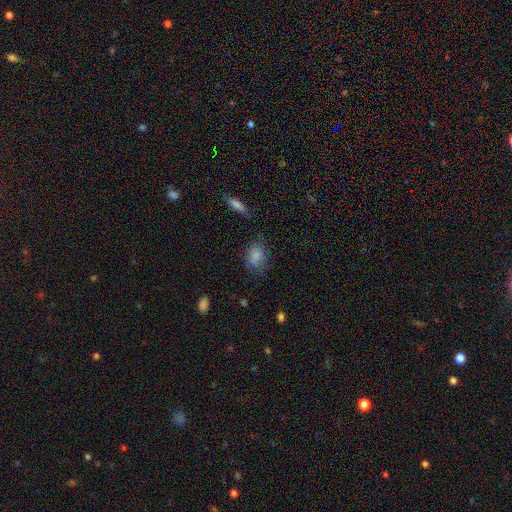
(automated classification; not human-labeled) Q: Smooth or featured?
A: smooth (80%); runner-up: featured or disk (11%)
Q: How rounded?
A: in between (70%); runner-up: round (28%)
Q: Merging?
A: none (64%); runner-up: minor disturbance (24%)